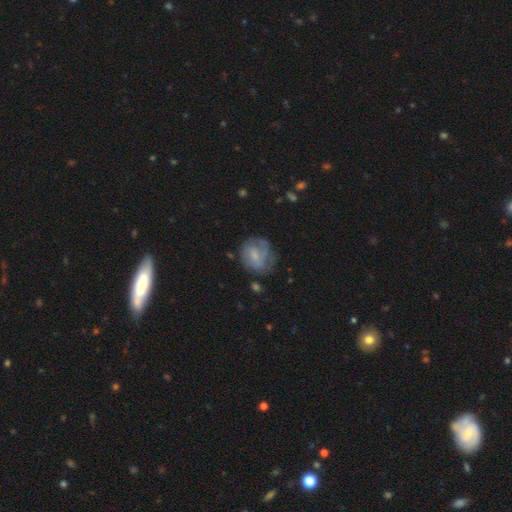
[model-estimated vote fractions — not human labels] A featured or disk galaxy (46%, tied with smooth).

Vote fractions:
- Smooth or featured? featured or disk: 46% (tied) / smooth: 46% (tied) / star or artifact: 8%
- Merging? none: 55% / minor disturbance: 26% / major disturbance: 16% / merger: 3%